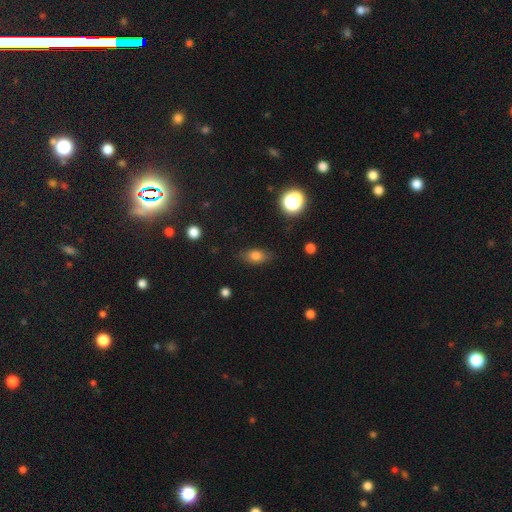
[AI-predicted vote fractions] Q: Smooth or featured?
A: smooth (77%); runner-up: star or artifact (12%)
Q: How rounded?
A: in between (82%); runner-up: round (13%)
Q: Merging?
A: none (82%); runner-up: minor disturbance (13%)